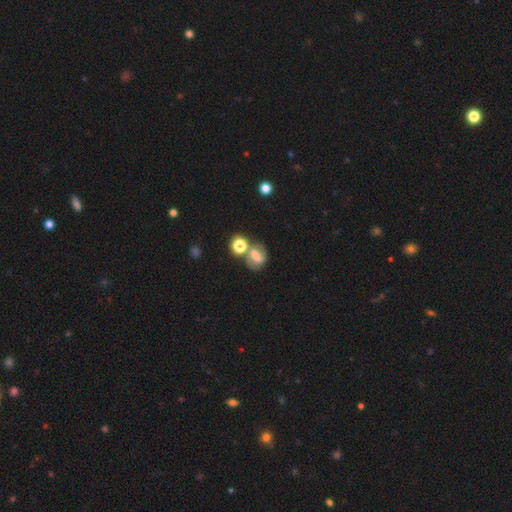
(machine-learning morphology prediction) type=featured or disk (56%); edge-on=no (97%); bar=weak (43%); spiral arms=yes (84%); bulge=moderate (36%); merging=none (54%).